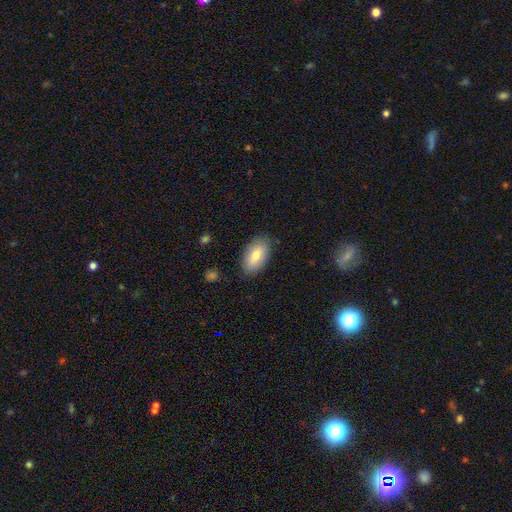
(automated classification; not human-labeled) Smooth or featured? Predicted: smooth (p=0.76). How rounded? Predicted: in between (p=0.93). Merging? Predicted: none (p=0.85).